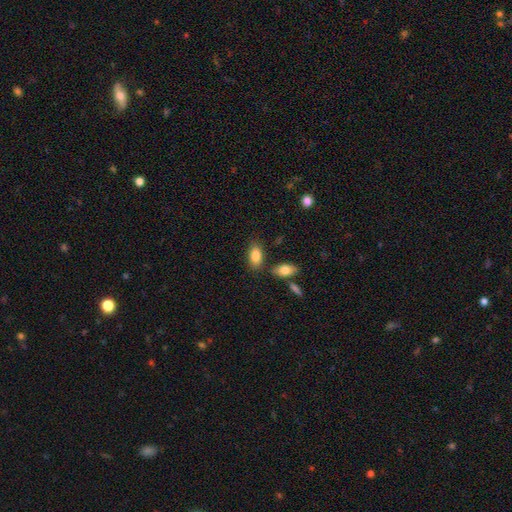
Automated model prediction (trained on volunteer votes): smooth 85%, featured or disk 8%, star or artifact 7%. Down the decision tree: how rounded — in between (92%); merging — none (76%).